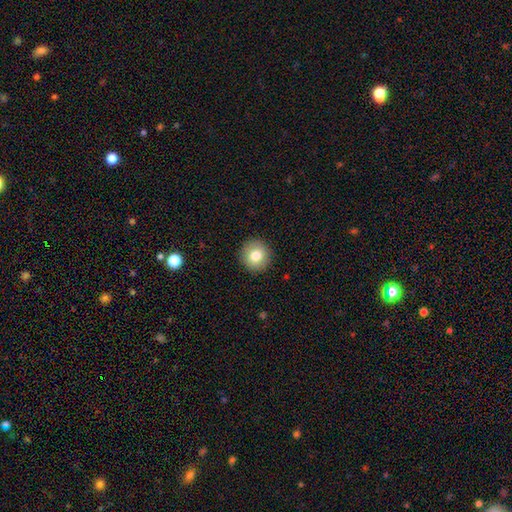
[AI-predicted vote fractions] Morphology: type=smooth (80%); roundness=round (94%); merging=none (92%).